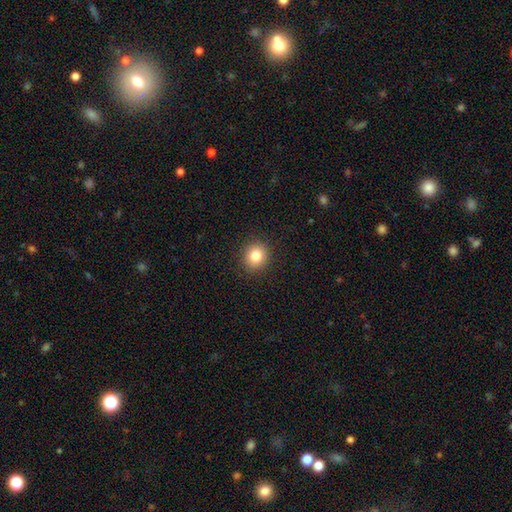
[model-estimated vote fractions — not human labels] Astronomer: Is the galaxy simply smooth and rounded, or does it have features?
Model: smooth — 83%.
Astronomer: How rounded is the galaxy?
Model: round — 83%.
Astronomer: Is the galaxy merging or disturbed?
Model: none — 91%.